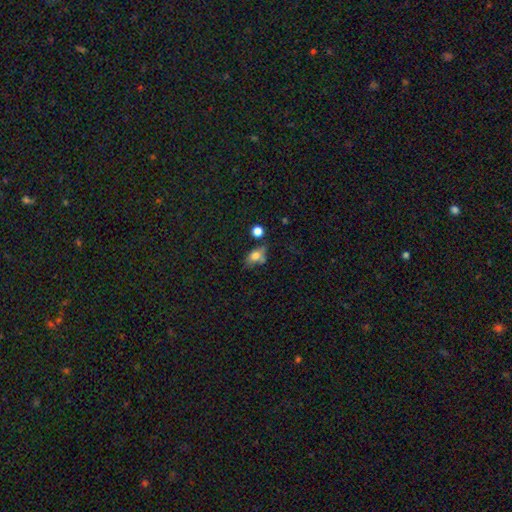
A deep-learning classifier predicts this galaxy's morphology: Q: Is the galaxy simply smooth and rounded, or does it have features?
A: smooth — 70%.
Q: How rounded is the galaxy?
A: in between — 76%.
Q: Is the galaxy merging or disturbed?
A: none — 52%.